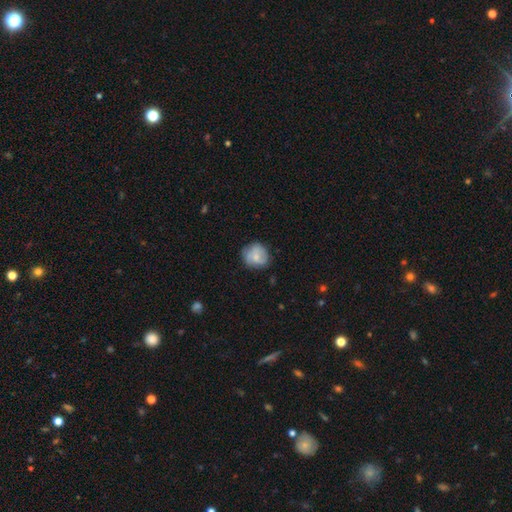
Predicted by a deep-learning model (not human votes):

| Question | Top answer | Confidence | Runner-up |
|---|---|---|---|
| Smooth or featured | smooth | 60% | featured or disk (32%) |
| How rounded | round | 80% | in between (19%) |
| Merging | none | 68% | minor disturbance (24%) |